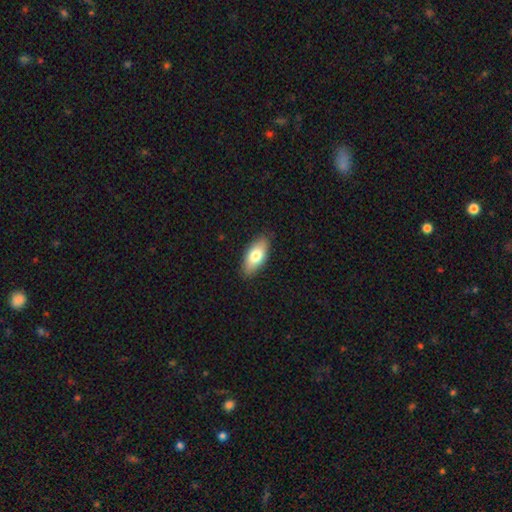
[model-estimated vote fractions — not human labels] smooth_or_featured: smooth (p=0.75) [alt: featured or disk p=0.19]
how_rounded: in between (p=0.87) [alt: cigar-shaped p=0.11]
merging: none (p=0.86) [alt: minor disturbance p=0.11]